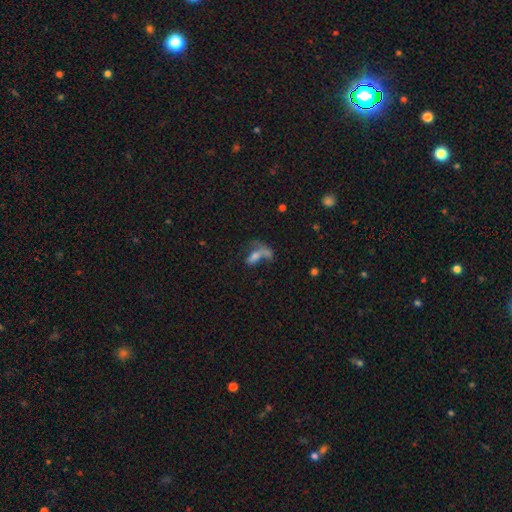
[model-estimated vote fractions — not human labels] A smooth galaxy with no disk features (57%) that is in between round and cigar-shaped (70%). Merging: merger (45%).